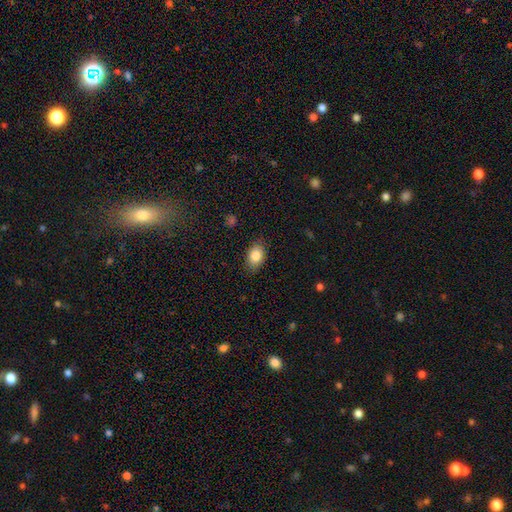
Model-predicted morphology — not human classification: This appears to be a smooth galaxy with no disk features (84%) that is in between round and cigar-shaped (85%). Merging: none (85%).